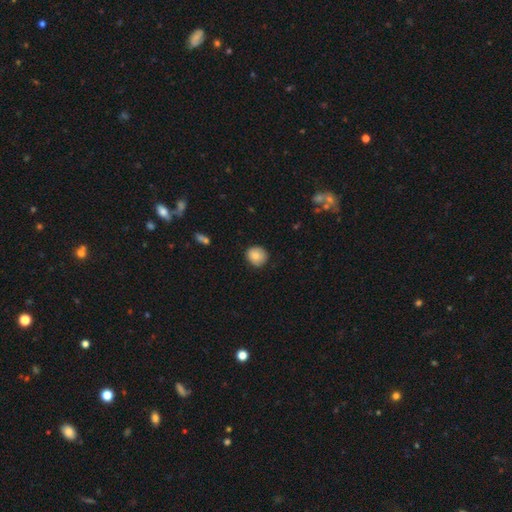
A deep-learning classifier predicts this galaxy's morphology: smooth-or-featured: smooth: 81% | featured or disk: 10% | star or artifact: 8%
  how-rounded: round: 84% | in between: 15% | cigar-shaped: 1%
  merging: none: 82% | minor disturbance: 14% | major disturbance: 2% | merger: 1%